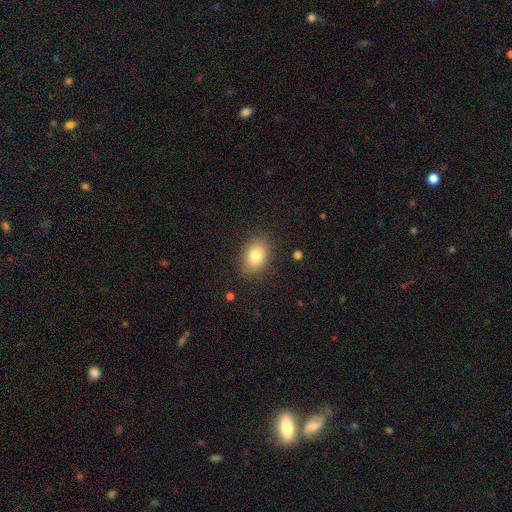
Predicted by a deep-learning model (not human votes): This appears to be a smooth galaxy with no disk features (81%) that is in between round and cigar-shaped (72%). Merging: none (85%).